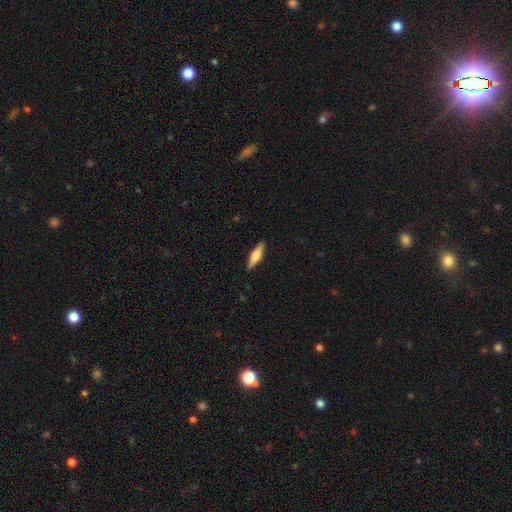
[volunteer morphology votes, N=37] Smooth or featured? smooth (65%)
How rounded? cigar-shaped (67%)
Merging? none (91%)